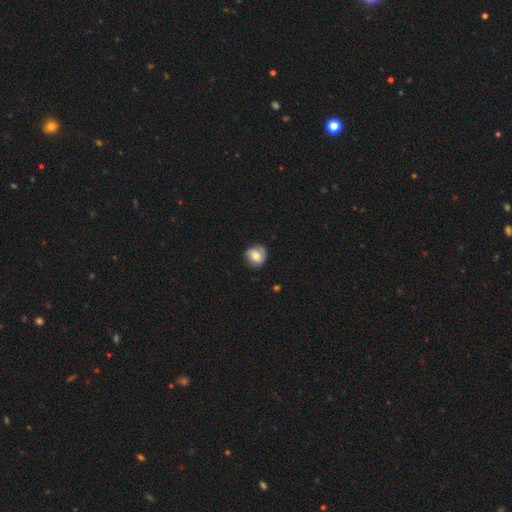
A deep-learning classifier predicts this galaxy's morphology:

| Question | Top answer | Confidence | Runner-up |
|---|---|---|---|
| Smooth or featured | smooth | 59% | featured or disk (33%) |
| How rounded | round | 79% | in between (20%) |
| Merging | none | 70% | minor disturbance (23%) |